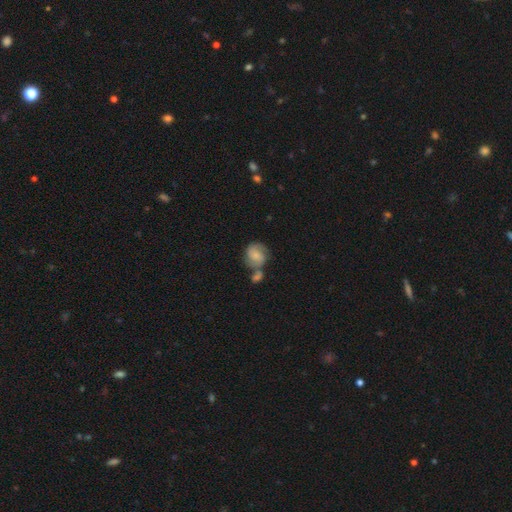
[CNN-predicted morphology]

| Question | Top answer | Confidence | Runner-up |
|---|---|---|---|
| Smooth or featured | featured or disk | 50% | smooth (42%) |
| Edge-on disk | no | 97% | yes (3%) |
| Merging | none | 38% | merger (37%) |